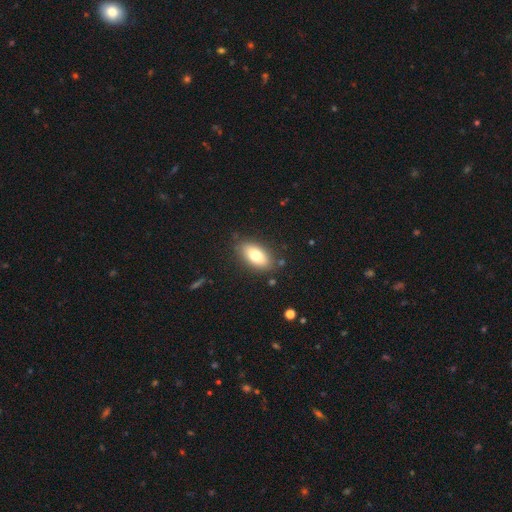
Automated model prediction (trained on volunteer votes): smooth_or_featured: smooth (p=0.74) [alt: featured or disk p=0.18]
how_rounded: in between (p=0.90) [alt: cigar-shaped p=0.05]
merging: none (p=0.83) [alt: minor disturbance p=0.12]